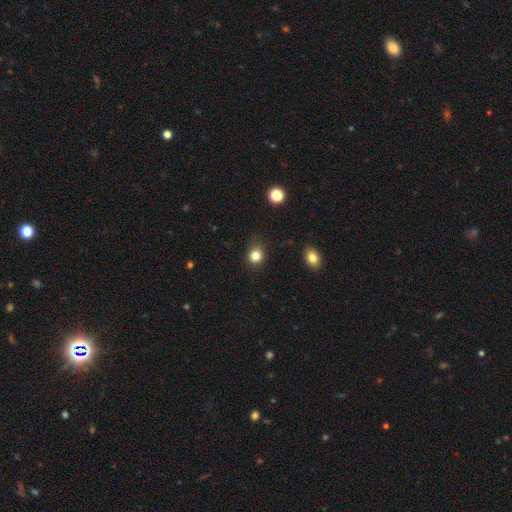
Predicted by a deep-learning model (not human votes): Smooth or featured? Predicted: smooth (p=0.82). How rounded? Predicted: round (p=0.76). Merging? Predicted: none (p=0.82).